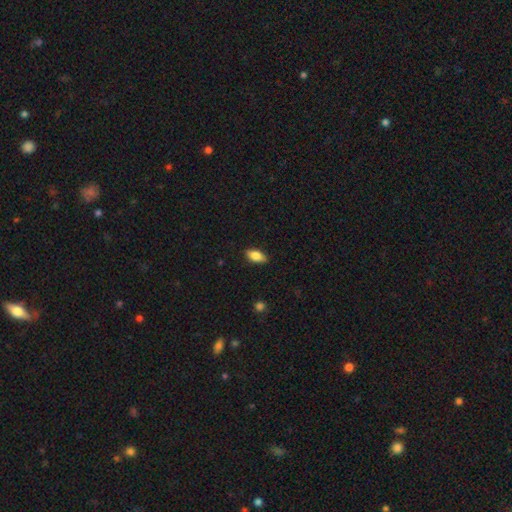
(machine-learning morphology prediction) A smooth galaxy with no disk features (83%) that is in between round and cigar-shaped (89%). Merging: none (87%).